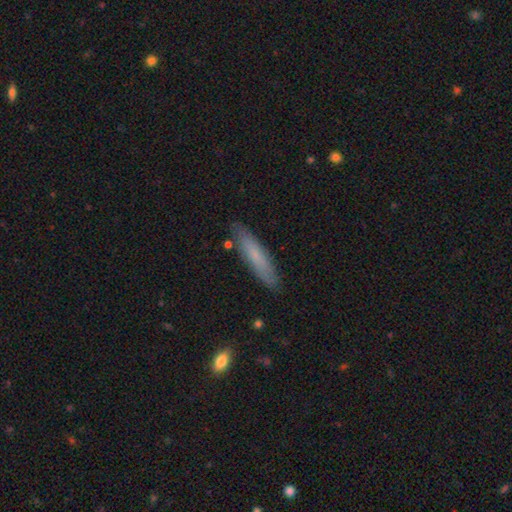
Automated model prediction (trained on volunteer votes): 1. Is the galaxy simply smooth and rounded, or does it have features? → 69% smooth, 25% featured or disk, 6% star or artifact.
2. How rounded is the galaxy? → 86% cigar-shaped, 13% in between, 1% round.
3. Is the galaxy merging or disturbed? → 86% none, 11% minor disturbance, 2% major disturbance, 2% merger.